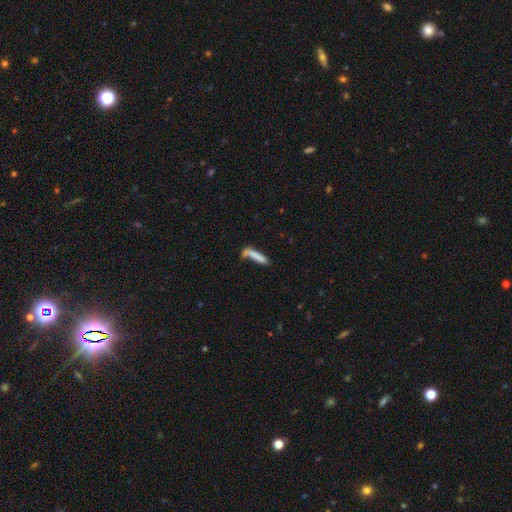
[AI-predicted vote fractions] The model was most divided on "merging": none: 51%, minor disturbance: 20%, merger: 18%, major disturbance: 11%. More confident: how rounded — cigar-shaped (84%); smooth or featured — smooth (77%).